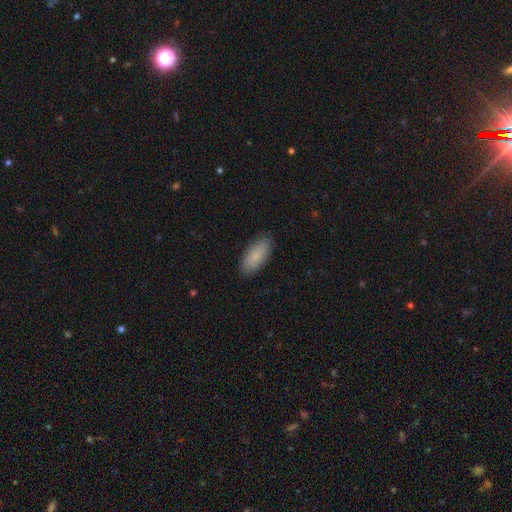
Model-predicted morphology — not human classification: smooth-or-featured: smooth: 84% | featured or disk: 10% | star or artifact: 6%
  how-rounded: in between: 83% | cigar-shaped: 15% | round: 2%
  merging: none: 88% | minor disturbance: 10% | major disturbance: 2% | merger: 1%